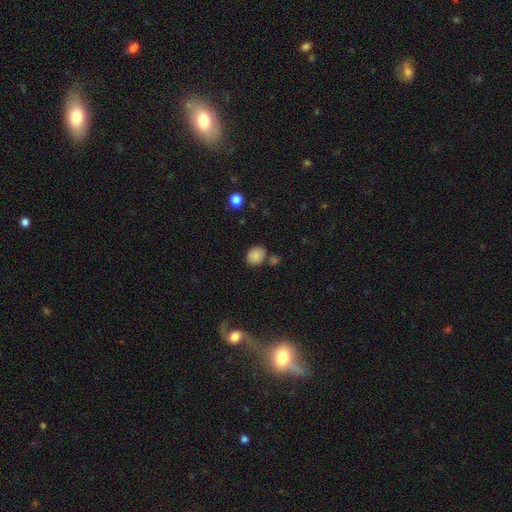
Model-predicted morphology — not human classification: Smooth or featured? smooth (84%)
How rounded? round (57%)
Merging? none (71%)